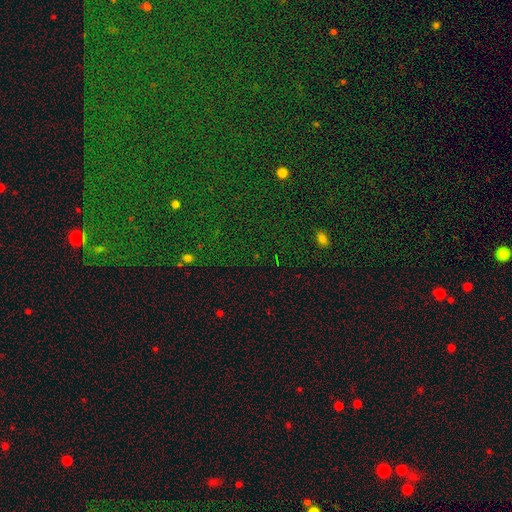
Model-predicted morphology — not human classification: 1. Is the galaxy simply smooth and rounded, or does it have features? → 74% star or artifact, 18% smooth, 8% featured or disk.